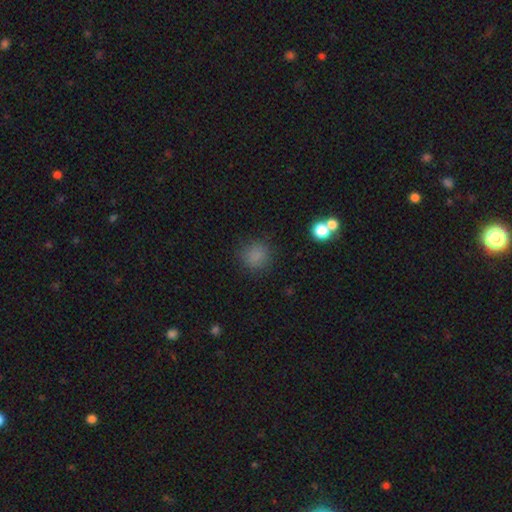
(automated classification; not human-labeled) Smooth or featured?
  - smooth: 81% *
  - star or artifact: 14%
  - featured or disk: 5%
How rounded?
  - round: 88% *
  - in between: 11%
  - cigar-shaped: 1%
Merging?
  - none: 83% *
  - minor disturbance: 10%
  - major disturbance: 4%
  - merger: 2%